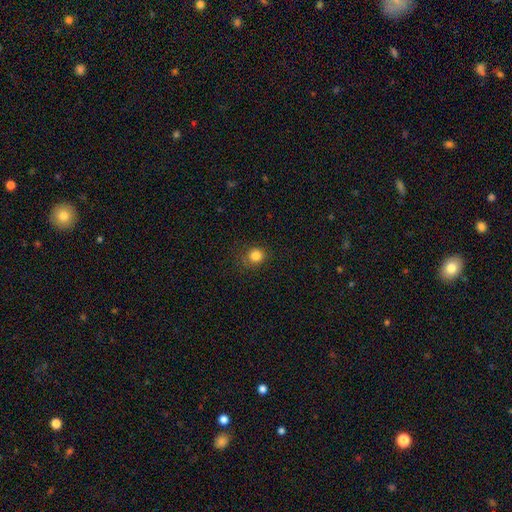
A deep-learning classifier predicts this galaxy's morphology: Smooth or featured? Predicted: smooth (p=0.83). How rounded? Predicted: round (p=0.86). Merging? Predicted: none (p=0.84).